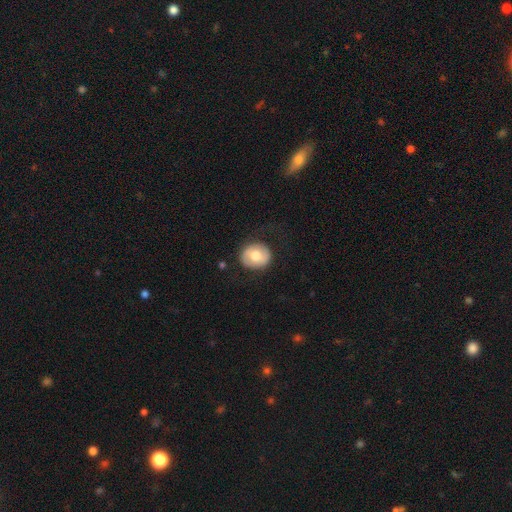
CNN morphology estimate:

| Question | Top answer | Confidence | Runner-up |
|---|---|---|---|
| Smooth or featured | smooth | 62% | featured or disk (32%) |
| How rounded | round | 74% | in between (25%) |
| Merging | none | 81% | minor disturbance (13%) |